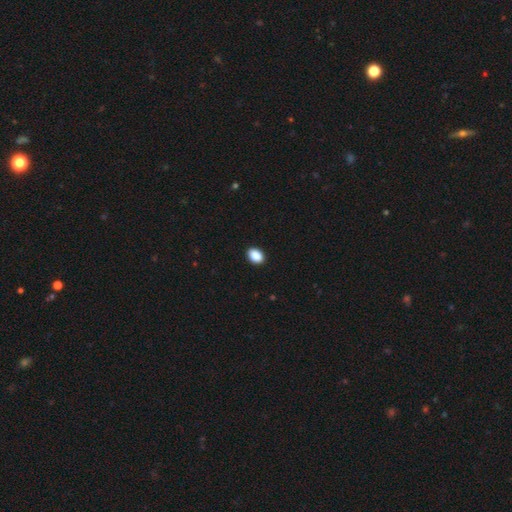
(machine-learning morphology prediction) Q: Smooth or featured?
A: smooth (90%); runner-up: star or artifact (8%)
Q: How rounded?
A: in between (75%); runner-up: round (24%)
Q: Merging?
A: none (92%); runner-up: minor disturbance (6%)